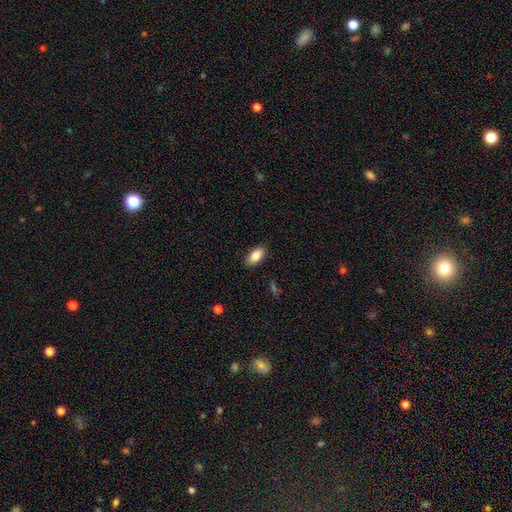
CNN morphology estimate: Smooth or featured: smooth — 85% (featured or disk — 8%)
How rounded: in between — 89% (cigar-shaped — 8%)
Merging: none — 89% (minor disturbance — 8%)